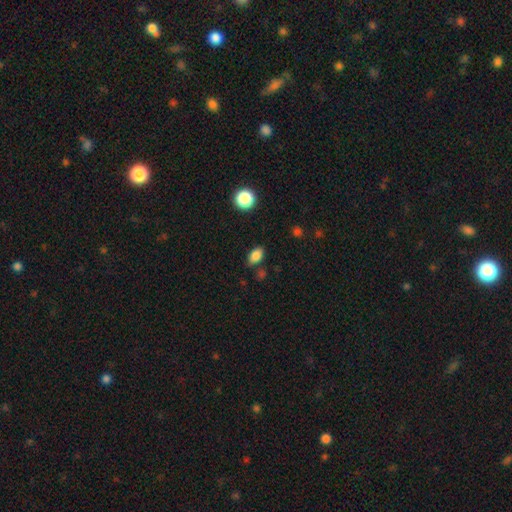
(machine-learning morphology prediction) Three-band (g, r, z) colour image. It shows a smooth galaxy with no disk features (84%) that is in between round and cigar-shaped (86%). Merging: none (77%).